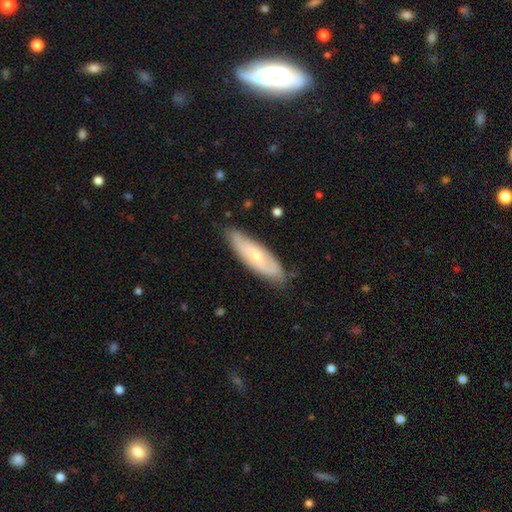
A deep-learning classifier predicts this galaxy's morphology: A featured or disk galaxy (50%).

Vote fractions:
- Smooth or featured? featured or disk: 50% / smooth: 44% / star or artifact: 6%
- Edge-on disk? no: 70% / yes: 30%
- Merging? none: 77% / minor disturbance: 19% / major disturbance: 3% / merger: 1%